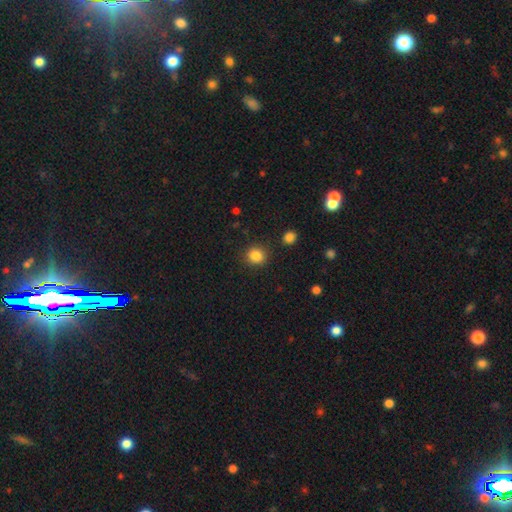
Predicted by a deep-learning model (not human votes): smooth 85%, star or artifact 11%, featured or disk 4%. Down the decision tree: how rounded — round (84%); merging — none (88%).